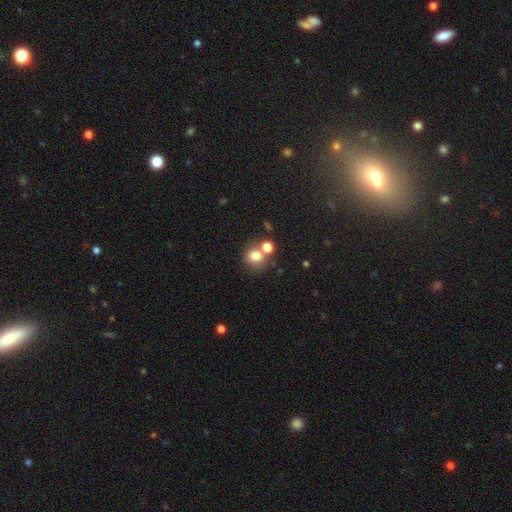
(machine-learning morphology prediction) A smooth galaxy with no disk features (77%) that is round (80%). Merging: none (54%).